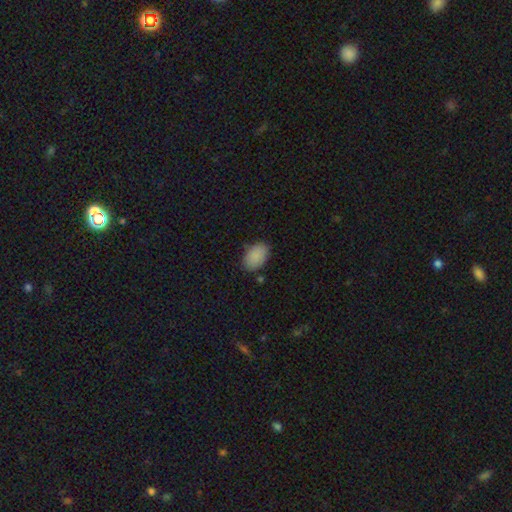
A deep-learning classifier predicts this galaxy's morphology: Smooth or featured? Predicted: smooth (p=0.88). How rounded? Predicted: in between (p=0.90). Merging? Predicted: none (p=0.82).